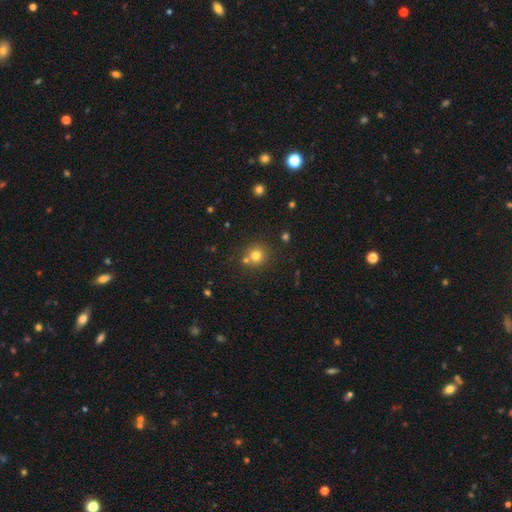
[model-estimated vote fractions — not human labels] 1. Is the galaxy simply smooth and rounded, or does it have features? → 76% smooth, 16% star or artifact, 9% featured or disk.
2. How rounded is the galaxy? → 91% round, 8% in between, 1% cigar-shaped.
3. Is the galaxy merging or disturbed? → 71% none, 18% merger, 8% minor disturbance, 3% major disturbance.